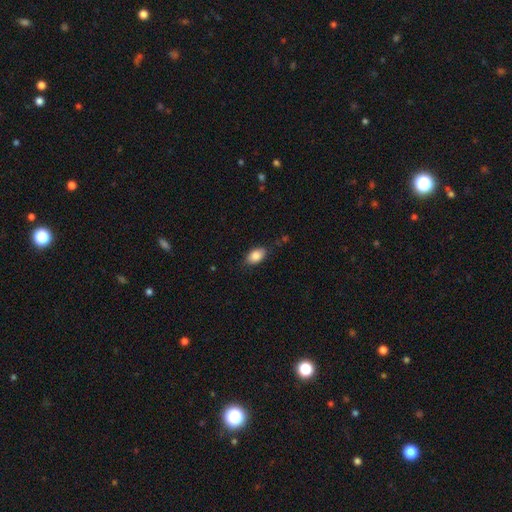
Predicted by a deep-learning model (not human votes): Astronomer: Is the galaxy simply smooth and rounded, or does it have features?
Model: smooth — 86%.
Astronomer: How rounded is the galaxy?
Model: in between — 89%.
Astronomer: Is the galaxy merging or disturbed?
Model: none — 79%.